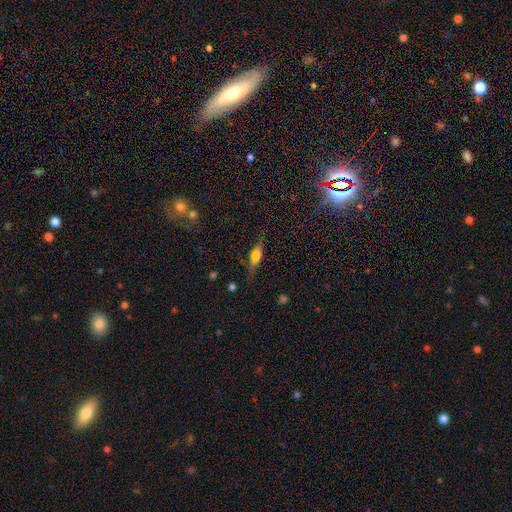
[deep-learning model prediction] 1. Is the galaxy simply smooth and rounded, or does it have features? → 44% smooth, 31% featured or disk, 25% star or artifact.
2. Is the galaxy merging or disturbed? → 74% none, 17% minor disturbance, 7% major disturbance, 3% merger.